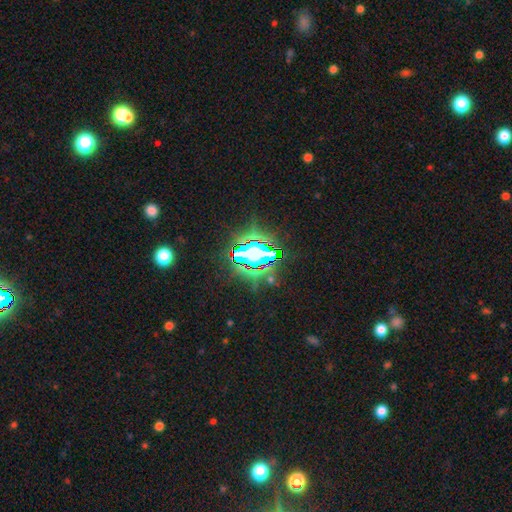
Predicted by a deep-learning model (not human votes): Smooth or featured? Predicted: star or artifact (p=0.82).